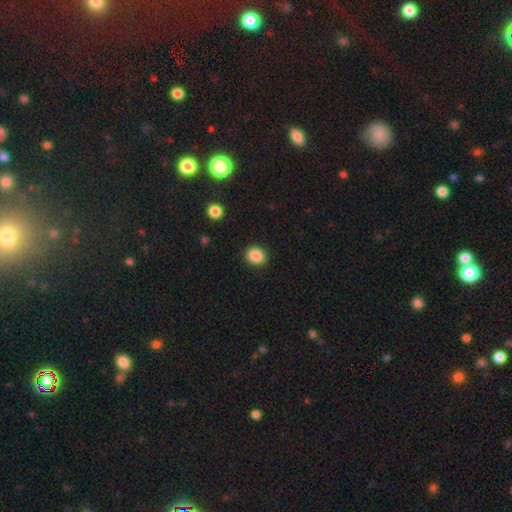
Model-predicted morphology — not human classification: Smooth or featured: smooth — 87% (star or artifact — 10%)
How rounded: round — 70% (in between — 29%)
Merging: none — 89% (minor disturbance — 7%)